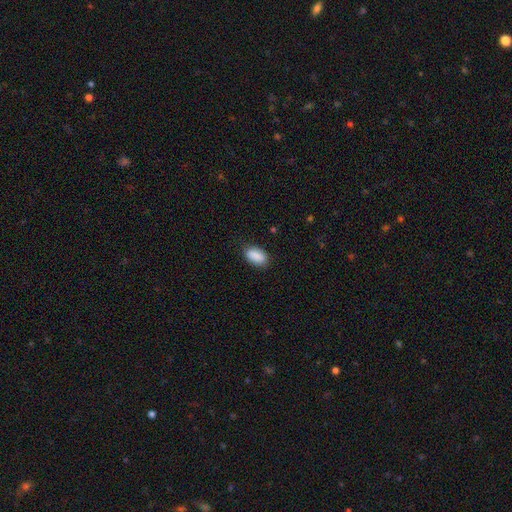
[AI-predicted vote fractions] smooth_or_featured: smooth (p=0.89) [alt: star or artifact p=0.07]
how_rounded: in between (p=0.92) [alt: round p=0.05]
merging: none (p=0.81) [alt: minor disturbance p=0.14]